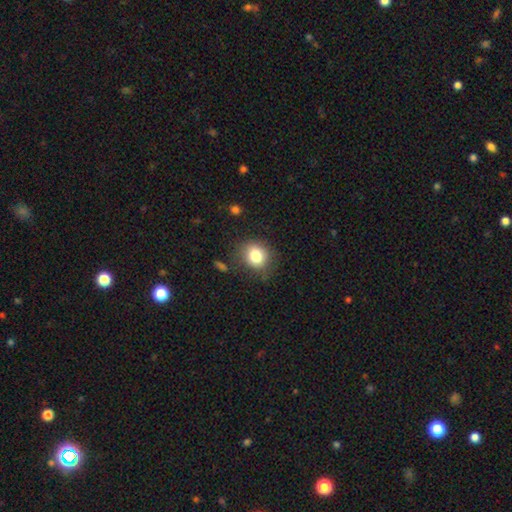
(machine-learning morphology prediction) This appears to be a smooth galaxy with no disk features (81%) that is round (72%). Merging: none (76%).